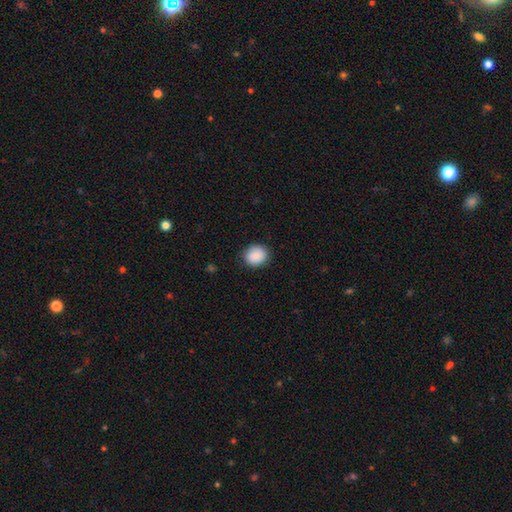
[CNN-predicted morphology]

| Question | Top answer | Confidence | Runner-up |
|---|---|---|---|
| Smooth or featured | smooth | 90% | star or artifact (7%) |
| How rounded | round | 73% | in between (26%) |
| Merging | none | 87% | minor disturbance (10%) |